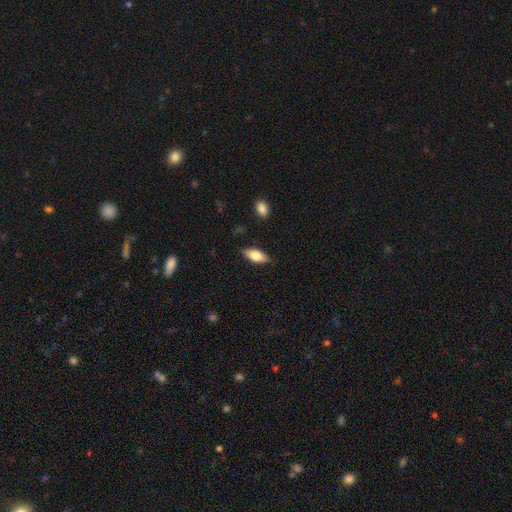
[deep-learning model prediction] This is likely a smooth galaxy (72%). How rounded: clearly in between (81%). Merging: clearly none (85%).